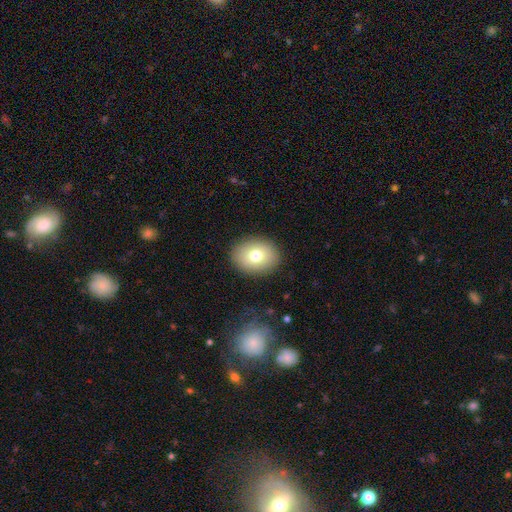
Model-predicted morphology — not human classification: The model was most divided on "how rounded": in between: 57%, round: 43%, cigar-shaped: 1%. More confident: merging — none (89%); smooth or featured — smooth (75%).